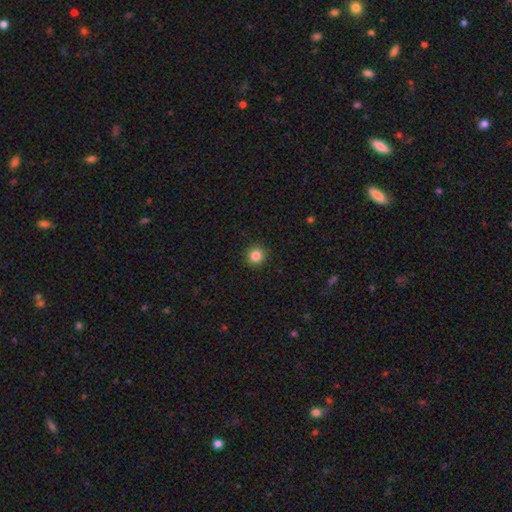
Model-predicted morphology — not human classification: A smooth galaxy with no disk features (85%) that is round (94%).

Vote fractions:
- Smooth or featured? smooth: 85% / star or artifact: 11% / featured or disk: 4%
- How rounded? round: 94% / in between: 5% / cigar-shaped: 1%
- Merging? none: 93% / minor disturbance: 5% / major disturbance: 2% / merger: 1%